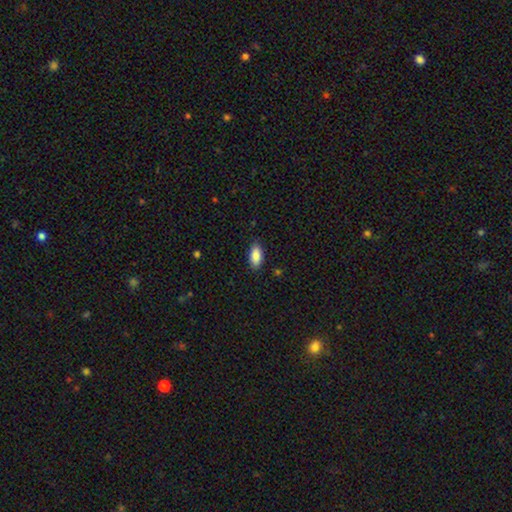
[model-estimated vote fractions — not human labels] The model was most divided on "merging": none: 86%, minor disturbance: 11%, major disturbance: 2%, merger: 1%. More confident: how rounded — in between (91%); smooth or featured — smooth (87%).